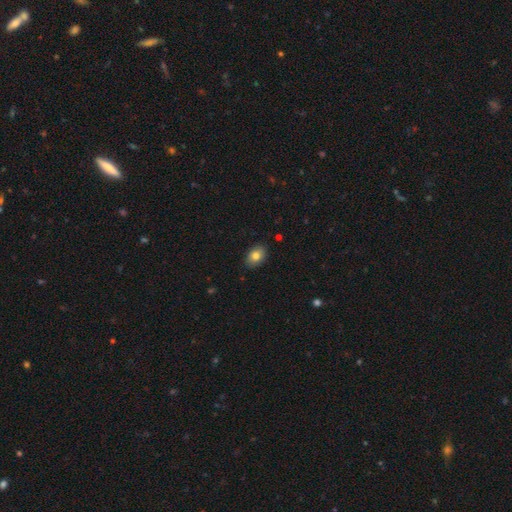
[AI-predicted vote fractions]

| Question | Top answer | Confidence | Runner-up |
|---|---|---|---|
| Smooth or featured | smooth | 81% | featured or disk (11%) |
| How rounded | in between | 81% | round (18%) |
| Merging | none | 87% | minor disturbance (10%) |